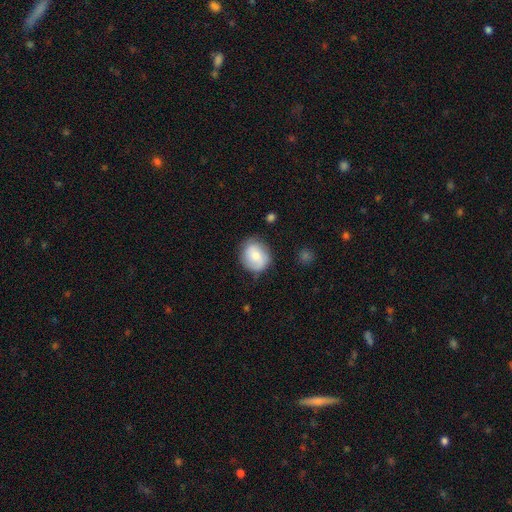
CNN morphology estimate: This appears to be a smooth galaxy with no disk features (68%) that is round (73%). Merging: none (73%).